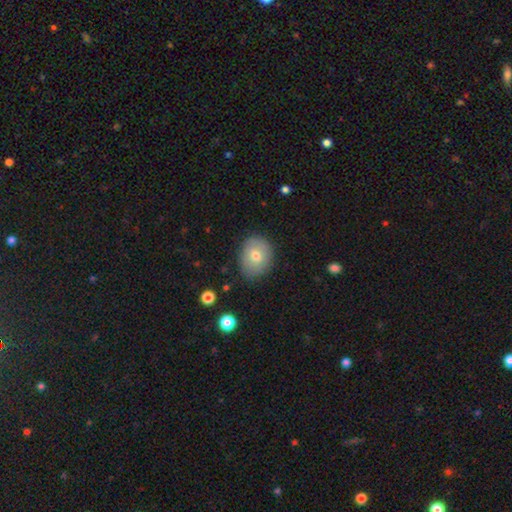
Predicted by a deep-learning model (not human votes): Overall: smooth (71%). How rounded: round (50%; in between 49%). Merging: none (81%).